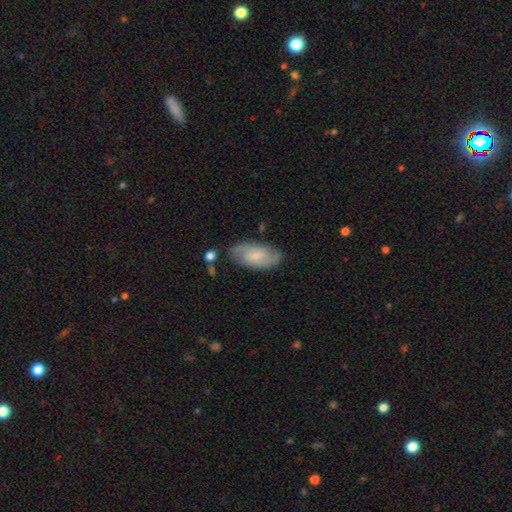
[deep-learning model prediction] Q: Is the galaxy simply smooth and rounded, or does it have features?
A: featured or disk — 55%.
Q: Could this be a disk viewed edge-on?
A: no — 93%.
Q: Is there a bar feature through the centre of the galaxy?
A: no — 50%.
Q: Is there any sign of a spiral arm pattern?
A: yes — 88%.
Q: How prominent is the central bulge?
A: small — 62%.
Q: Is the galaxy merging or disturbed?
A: none — 77%.